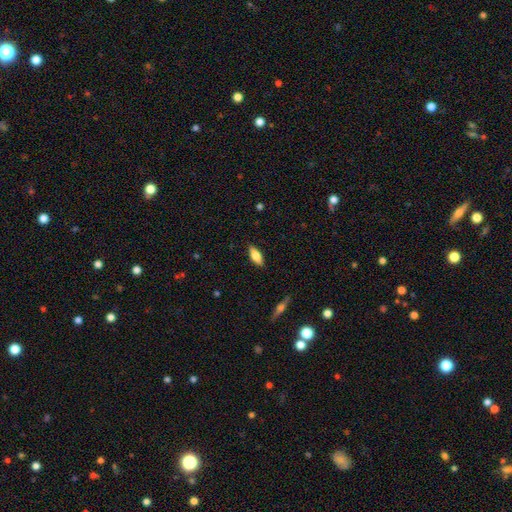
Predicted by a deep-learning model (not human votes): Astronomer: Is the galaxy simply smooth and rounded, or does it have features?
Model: smooth — 70%.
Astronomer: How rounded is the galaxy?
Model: in between — 72%.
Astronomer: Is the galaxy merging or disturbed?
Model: none — 87%.